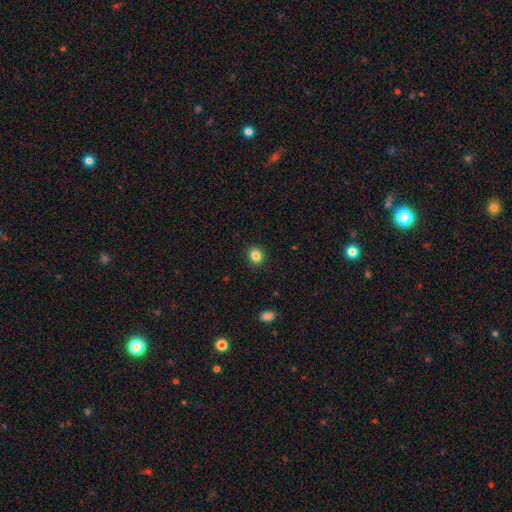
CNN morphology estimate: The model was most divided on "how rounded": round: 80%, in between: 19%, cigar-shaped: 1%. More confident: merging — none (91%); smooth or featured — smooth (84%).